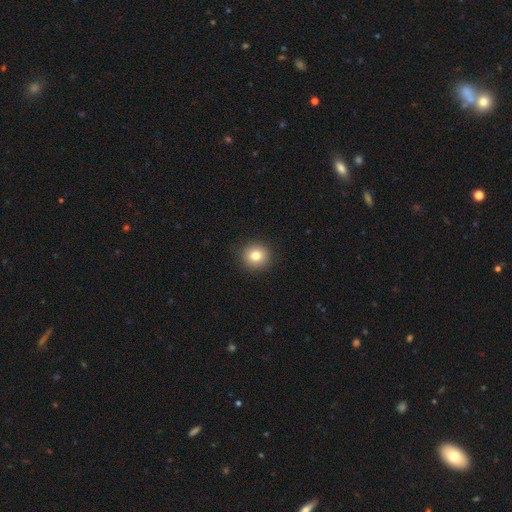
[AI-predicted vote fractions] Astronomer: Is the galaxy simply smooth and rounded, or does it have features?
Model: smooth — 79%.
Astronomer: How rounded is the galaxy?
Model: round — 93%.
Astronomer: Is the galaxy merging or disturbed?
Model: none — 92%.